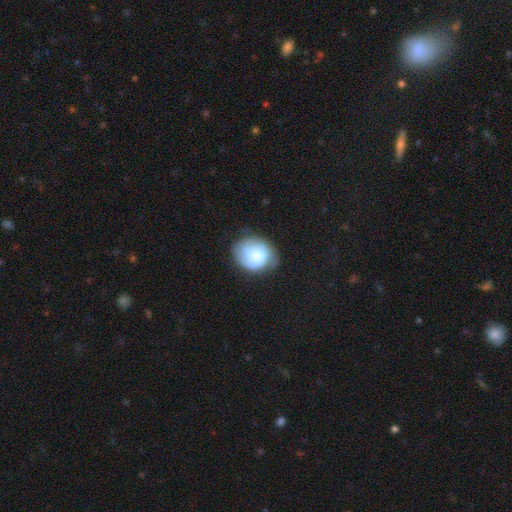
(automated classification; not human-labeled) Q: Smooth or featured?
A: smooth (53%); runner-up: featured or disk (40%)
Q: How rounded?
A: round (62%); runner-up: in between (37%)
Q: Merging?
A: none (66%); runner-up: minor disturbance (24%)